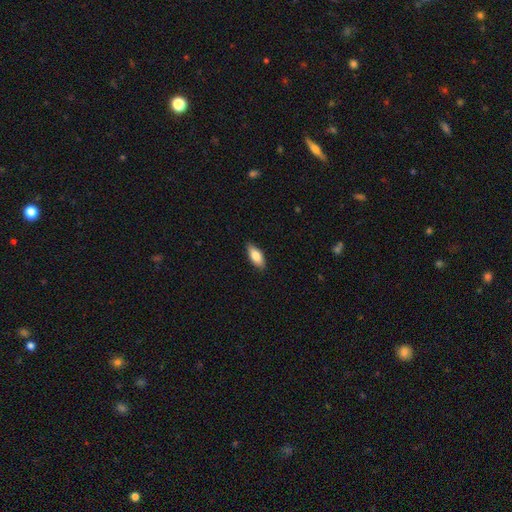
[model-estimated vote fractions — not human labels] Smooth or featured?
  - smooth: 78% *
  - featured or disk: 15%
  - star or artifact: 6%
How rounded?
  - in between: 82% *
  - cigar-shaped: 15%
  - round: 3%
Merging?
  - none: 86% *
  - minor disturbance: 11%
  - major disturbance: 2%
  - merger: 1%